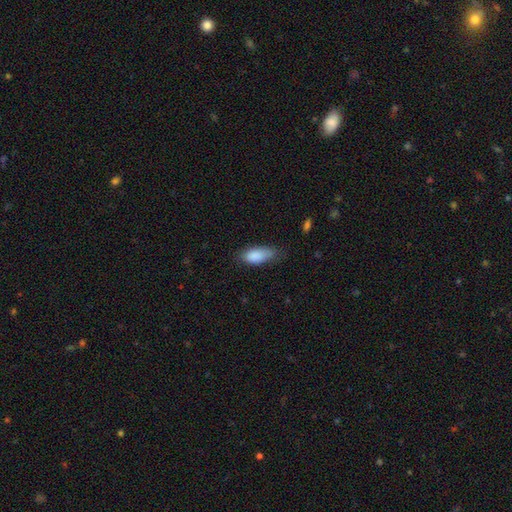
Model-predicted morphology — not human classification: This is clearly a smooth galaxy (87%). How rounded: clearly in between (83%). Merging: possibly none (58%).